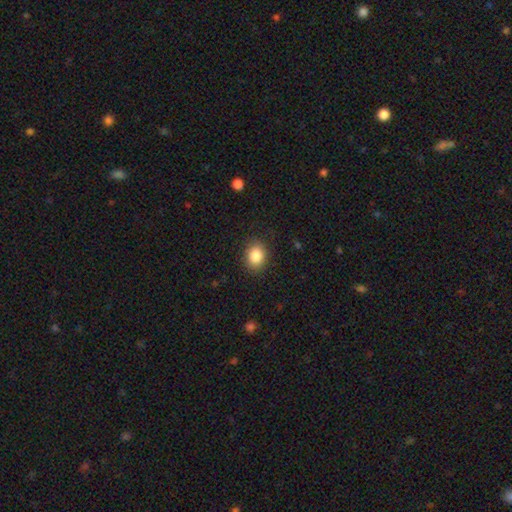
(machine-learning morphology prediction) smooth-or-featured: smooth: 86% | star or artifact: 9% | featured or disk: 5%
  how-rounded: round: 50% | in between: 49% | cigar-shaped: 1%
  merging: none: 88% | minor disturbance: 9% | major disturbance: 3% | merger: 1%